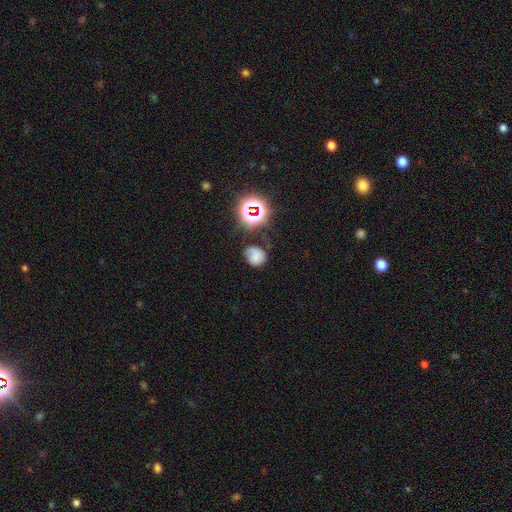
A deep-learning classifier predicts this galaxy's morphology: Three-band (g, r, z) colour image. It shows a smooth galaxy with no disk features (53%) that is round (66%). Merging: none (49%).